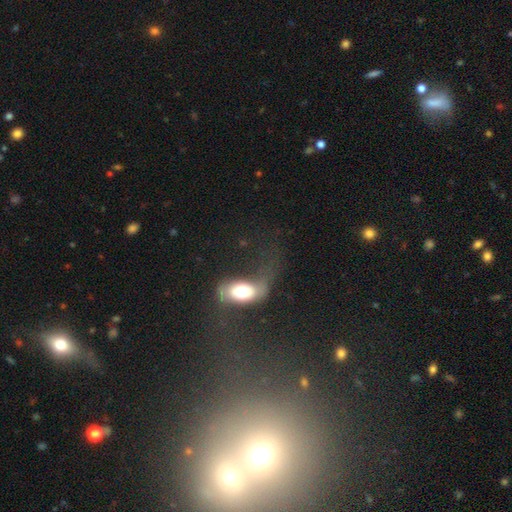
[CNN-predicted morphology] smooth_or_featured: featured or disk (p=0.57) [alt: star or artifact p=0.21]
disk_edge_on: no (p=0.91) [alt: yes p=0.09]
bar: no (p=0.50) [alt: weak p=0.33]
has_spiral_arms: yes (p=0.74) [alt: no p=0.26]
bulge_size: moderate (p=0.46) [alt: small p=0.27]
merging: none (p=0.31) [alt: merger p=0.29]